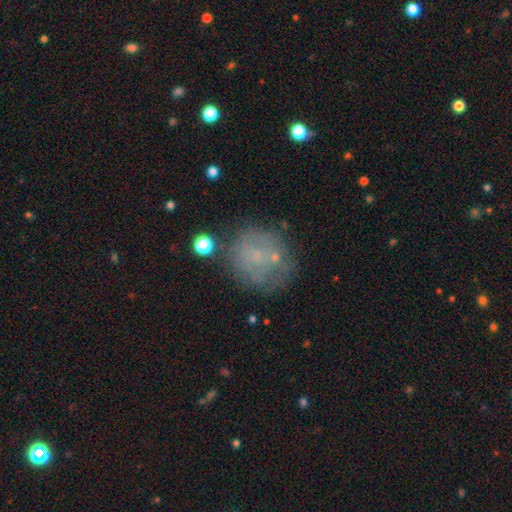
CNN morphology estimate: Overall: smooth (52%; featured or disk 33%). How rounded: round (84%). Merging: none (64%).